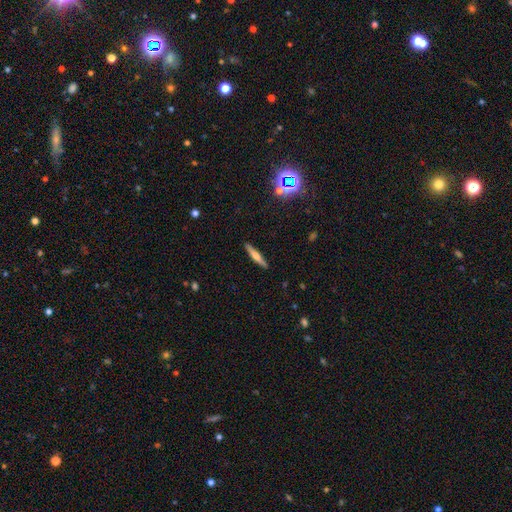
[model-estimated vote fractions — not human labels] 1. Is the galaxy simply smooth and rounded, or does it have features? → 49% featured or disk, 43% smooth, 8% star or artifact.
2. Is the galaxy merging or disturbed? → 91% none, 6% minor disturbance, 1% major disturbance, 1% merger.